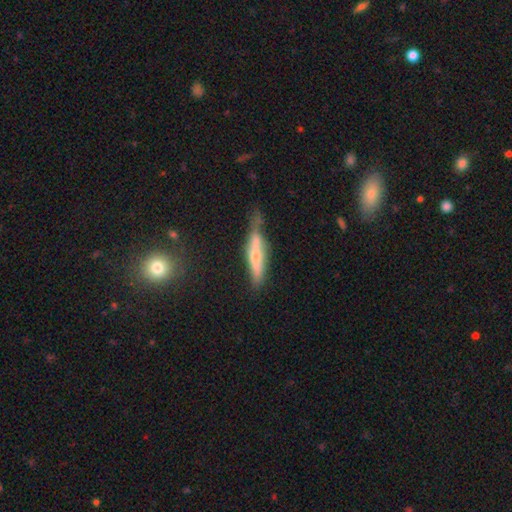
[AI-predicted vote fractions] The model was most divided on "smooth or featured": smooth: 47%, featured or disk: 45%, star or artifact: 8%. Remaining: merging — none (45%).